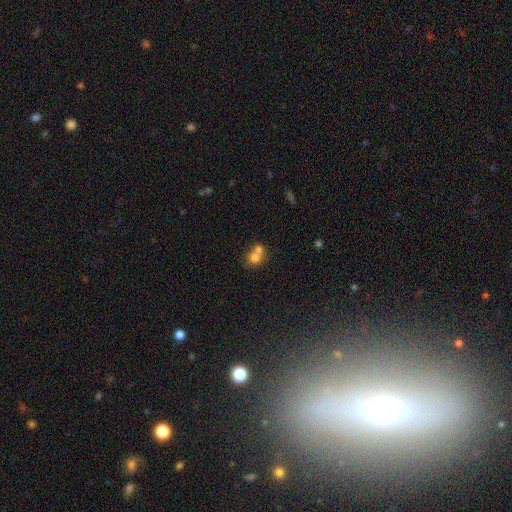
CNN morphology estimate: Smooth or featured? Predicted: smooth (p=0.73). How rounded? Predicted: round (p=0.72). Merging? Predicted: merger (p=0.63).